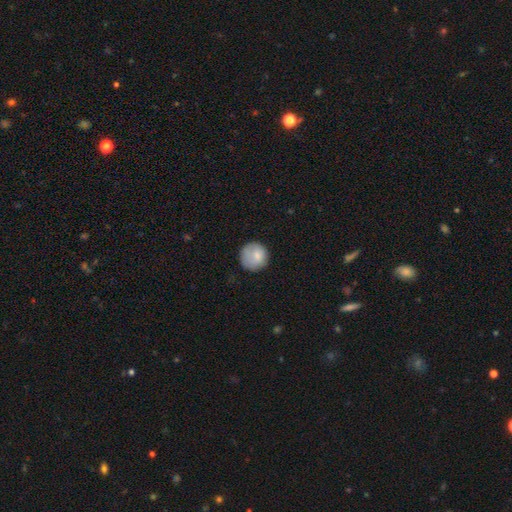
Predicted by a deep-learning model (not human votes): Smooth or featured? smooth (82%)
How rounded? round (91%)
Merging? none (75%)